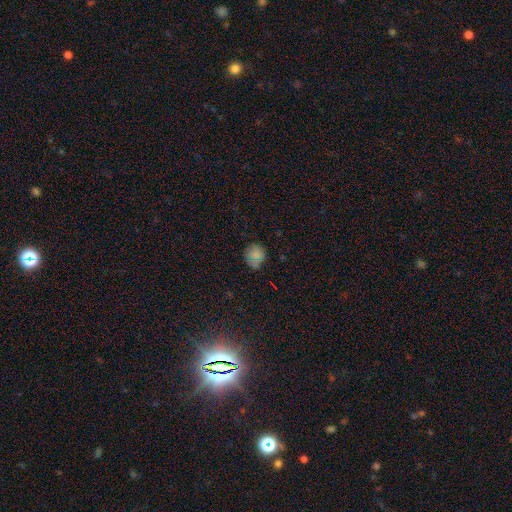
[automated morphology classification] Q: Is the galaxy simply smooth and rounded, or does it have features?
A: smooth — 75%.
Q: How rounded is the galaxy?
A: round — 85%.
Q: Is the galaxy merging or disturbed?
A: none — 72%.